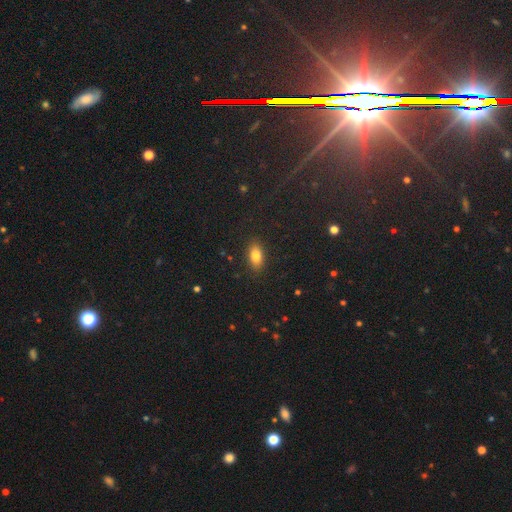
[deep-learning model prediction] This is clearly a smooth galaxy (82%). How rounded: clearly in between (89%). Merging: clearly none (88%).